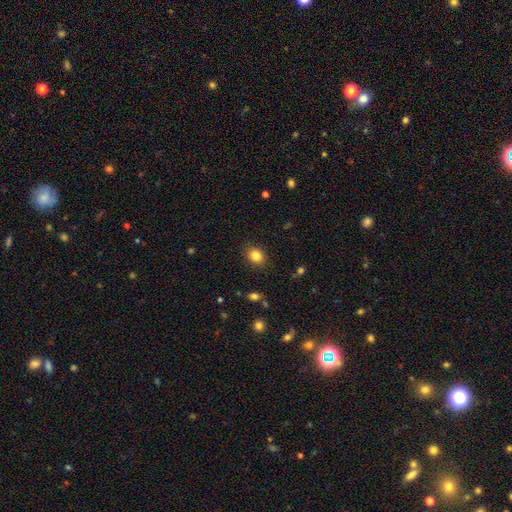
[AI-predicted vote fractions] Smooth or featured?
  - smooth: 84% *
  - star or artifact: 10%
  - featured or disk: 6%
How rounded?
  - round: 54% *
  - in between: 45%
  - cigar-shaped: 1%
Merging?
  - none: 87% *
  - minor disturbance: 9%
  - major disturbance: 3%
  - merger: 1%